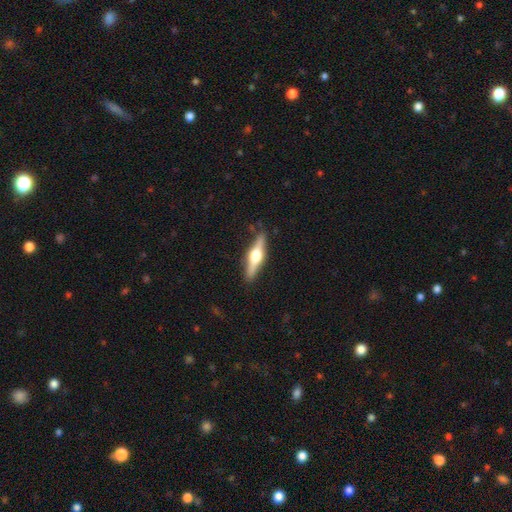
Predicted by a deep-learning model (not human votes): Smooth or featured? Predicted: featured or disk (p=0.71). Edge-on disk? Predicted: yes (p=0.97). Edge-on bulge? Predicted: rounded (p=0.95). Merging? Predicted: none (p=0.88).